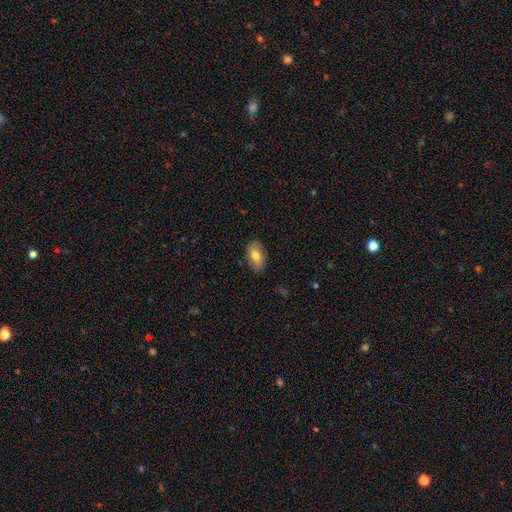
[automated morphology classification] The model was most divided on "smooth or featured": smooth: 75%, featured or disk: 18%, star or artifact: 7%. More confident: how rounded — in between (92%); merging — none (84%).